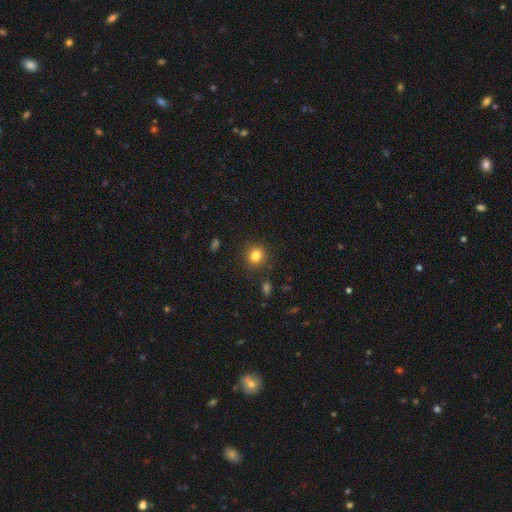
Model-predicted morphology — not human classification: A smooth galaxy with no disk features (83%) that is round (76%).

Vote fractions:
- Smooth or featured? smooth: 83% / star or artifact: 11% / featured or disk: 6%
- How rounded? round: 76% / in between: 23% / cigar-shaped: 1%
- Merging? none: 87% / minor disturbance: 9% / major disturbance: 3% / merger: 2%